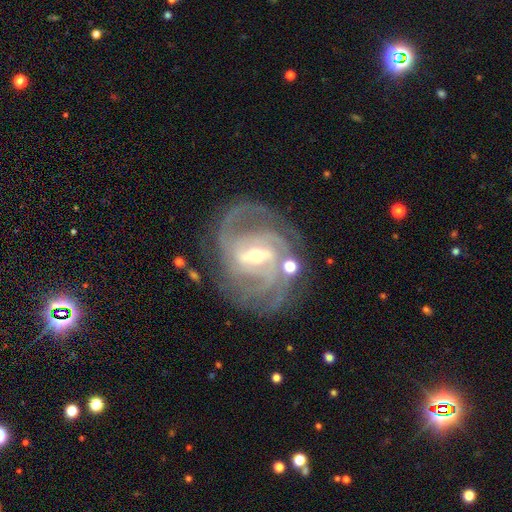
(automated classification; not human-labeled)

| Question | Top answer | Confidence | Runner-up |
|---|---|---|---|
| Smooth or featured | featured or disk | 92% | star or artifact (5%) |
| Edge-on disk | no | 97% | yes (3%) |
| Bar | strong | 54% | weak (37%) |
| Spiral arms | yes | 98% | no (2%) |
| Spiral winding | tight | 49% | medium (43%) |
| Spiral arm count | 3 | 31% | 2 (28%) |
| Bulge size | moderate | 50% | small (44%) |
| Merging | none | 70% | minor disturbance (15%) |